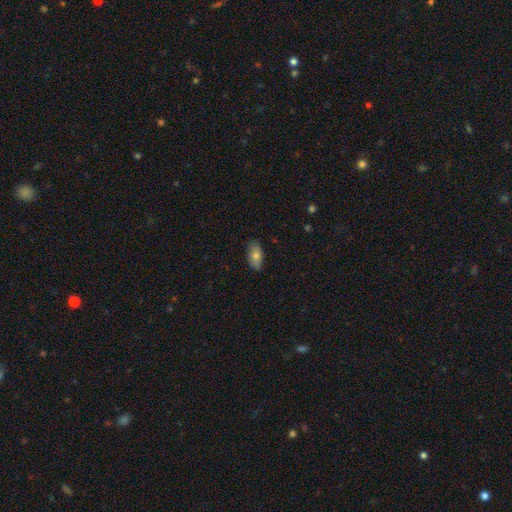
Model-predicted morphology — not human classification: This is likely a smooth galaxy (77%). How rounded: clearly in between (91%). Merging: clearly none (82%).